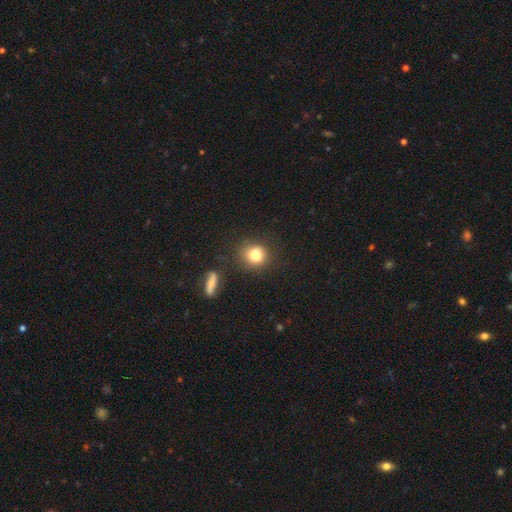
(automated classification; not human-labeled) smooth_or_featured: smooth (p=0.81) [alt: star or artifact p=0.11]
how_rounded: round (p=0.82) [alt: in between p=0.17]
merging: none (p=0.79) [alt: minor disturbance p=0.13]